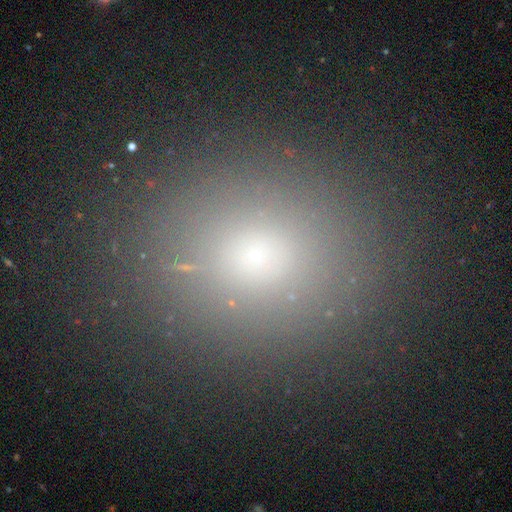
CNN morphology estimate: Smooth or featured?
  - smooth: 66% *
  - star or artifact: 23%
  - featured or disk: 11%
How rounded?
  - round: 66% *
  - in between: 32%
  - cigar-shaped: 2%
Merging?
  - none: 84% *
  - minor disturbance: 10%
  - major disturbance: 4%
  - merger: 2%